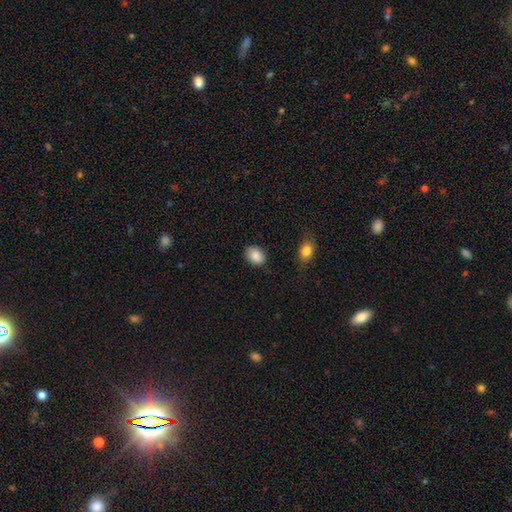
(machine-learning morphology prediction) This appears to be a smooth galaxy with no disk features (87%) that is in between round and cigar-shaped (64%). Merging: none (84%).